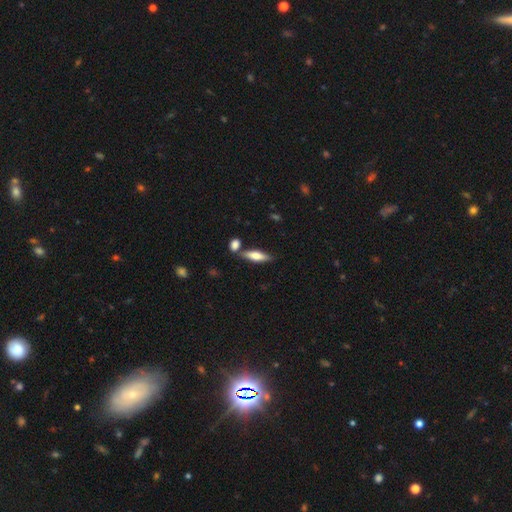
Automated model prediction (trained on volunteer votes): Smooth or featured? Predicted: smooth (p=0.59). How rounded? Predicted: cigar-shaped (p=0.55). Merging? Predicted: none (p=0.72).